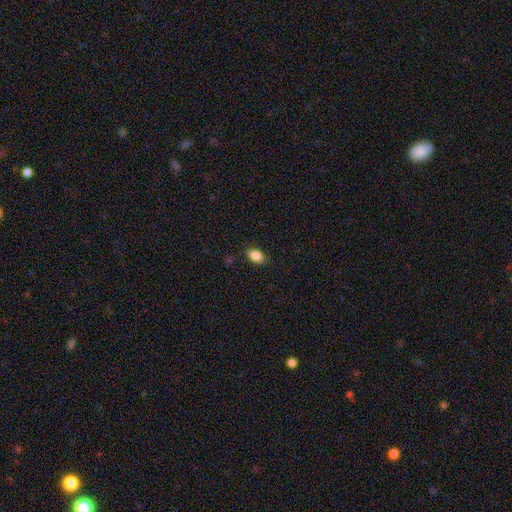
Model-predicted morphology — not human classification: Smooth or featured: smooth — 86% (star or artifact — 9%)
How rounded: in between — 83% (round — 15%)
Merging: none — 85% (minor disturbance — 11%)